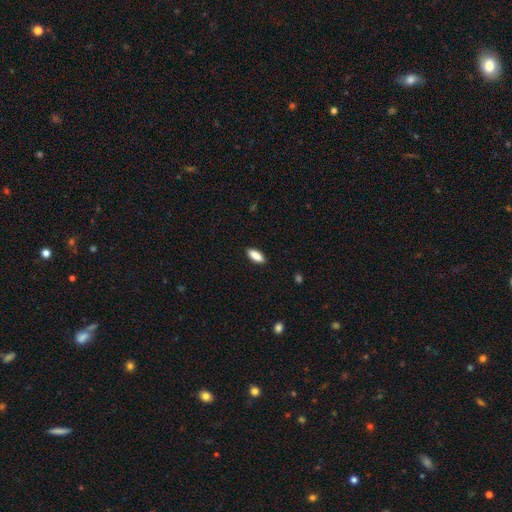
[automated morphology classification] A smooth galaxy with no disk features (87%) that is in between round and cigar-shaped (73%). Merging: none (89%).